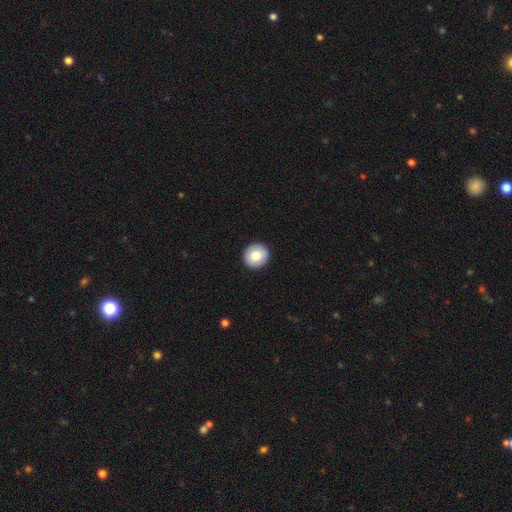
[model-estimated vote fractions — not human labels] smooth_or_featured: smooth (p=0.83) [alt: featured or disk p=0.10]
how_rounded: round (p=0.95) [alt: in between p=0.04]
merging: none (p=0.93) [alt: minor disturbance p=0.05]